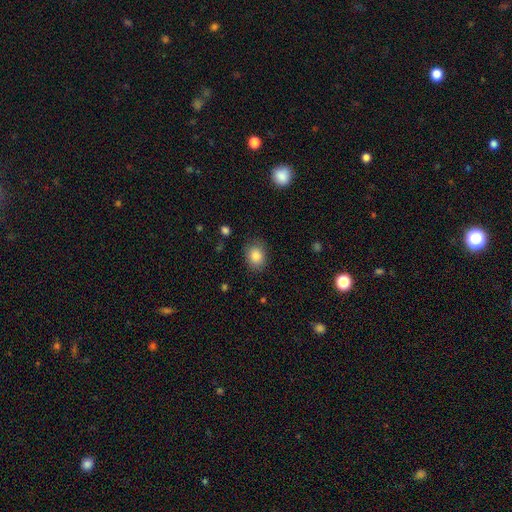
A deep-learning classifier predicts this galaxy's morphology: Q: Smooth or featured?
A: smooth (86%); runner-up: star or artifact (9%)
Q: How rounded?
A: in between (50%); runner-up: round (49%)
Q: Merging?
A: none (83%); runner-up: minor disturbance (13%)